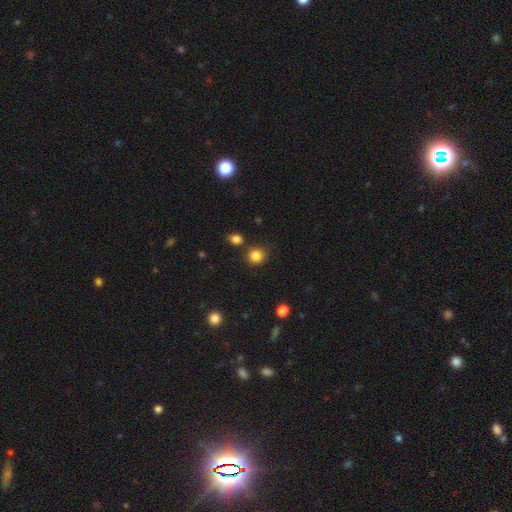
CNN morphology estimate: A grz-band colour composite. It shows a smooth galaxy with no disk features (85%) that is round (86%). Merging: none (79%).